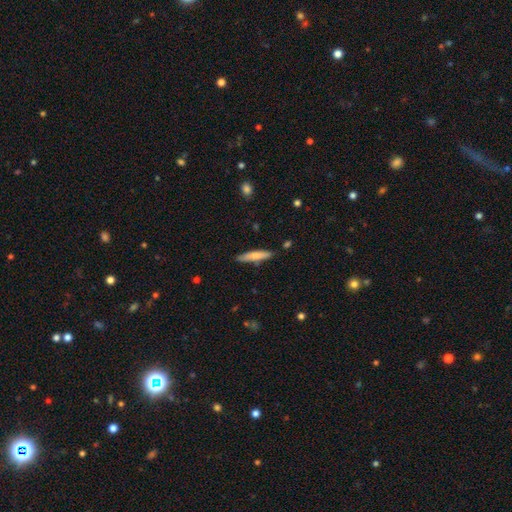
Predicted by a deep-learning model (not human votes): This appears to be a smooth galaxy with no disk features (72%) that is cigar-shaped (87%). Merging: none (84%).